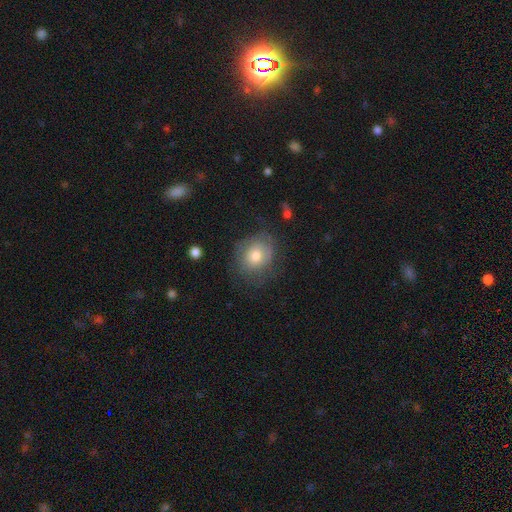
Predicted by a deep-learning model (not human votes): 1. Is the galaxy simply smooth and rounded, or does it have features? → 63% smooth, 28% featured or disk, 9% star or artifact.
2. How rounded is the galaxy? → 70% round, 29% in between, 1% cigar-shaped.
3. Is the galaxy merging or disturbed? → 64% none, 22% minor disturbance, 12% major disturbance, 2% merger.